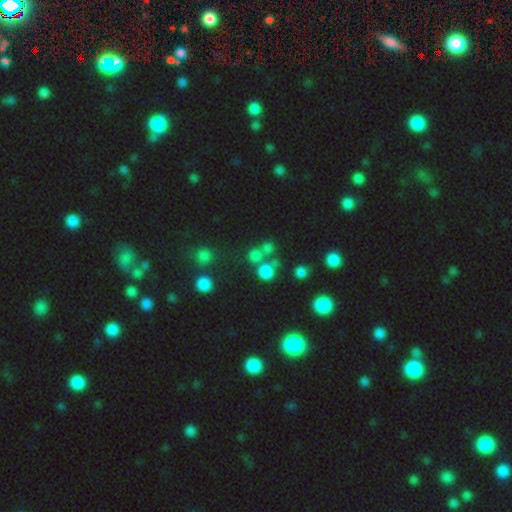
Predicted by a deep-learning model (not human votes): Smooth or featured? Predicted: smooth (p=0.67). How rounded? Predicted: round (p=0.87). Merging? Predicted: none (p=0.57).